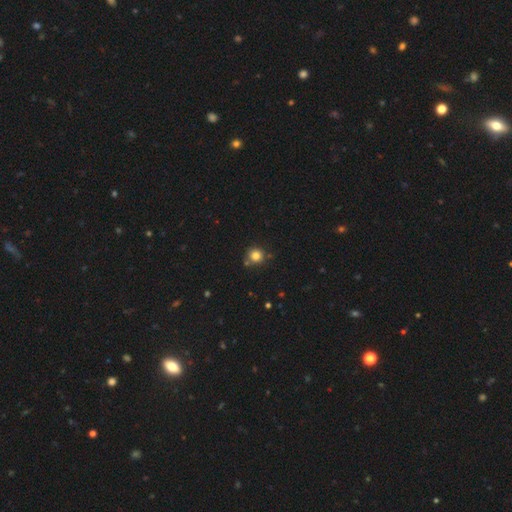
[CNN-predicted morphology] smooth 81%, star or artifact 13%, featured or disk 6%. Down the decision tree: how rounded — round (93%); merging — none (78%).